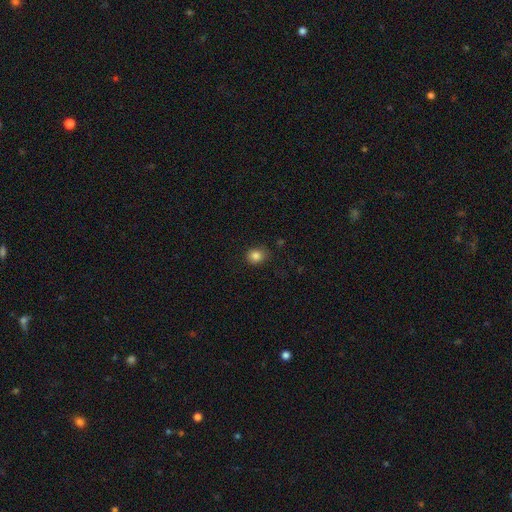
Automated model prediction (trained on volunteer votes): A smooth galaxy with no disk features (84%) that is round (75%). Merging: none (82%).